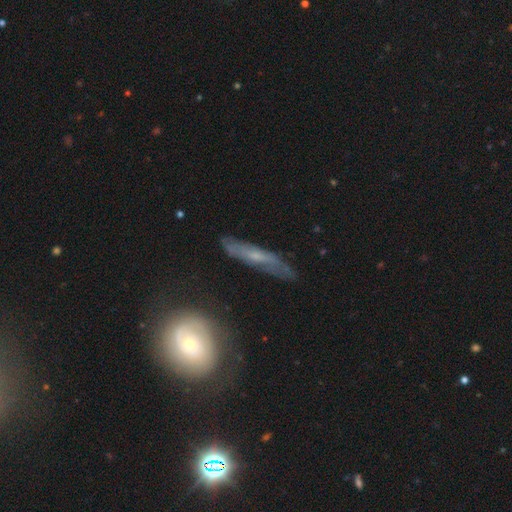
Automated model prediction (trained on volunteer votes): The model was most divided on "edge-on disk": yes: 53%, no: 47%. More confident: merging — none (73%); smooth or featured — featured or disk (60%).